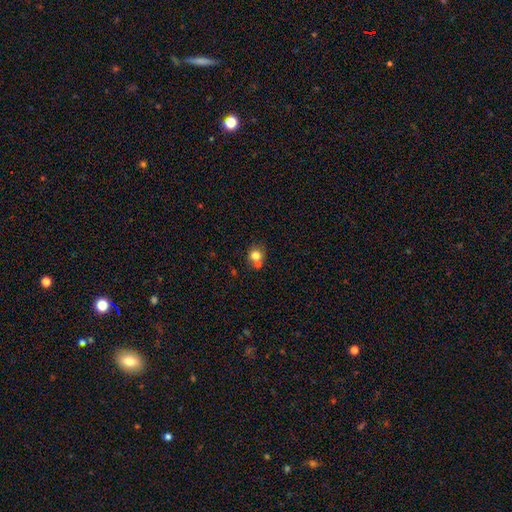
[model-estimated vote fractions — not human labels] This appears to be a smooth galaxy with no disk features (78%) that is round (84%). Merging: none (52%).